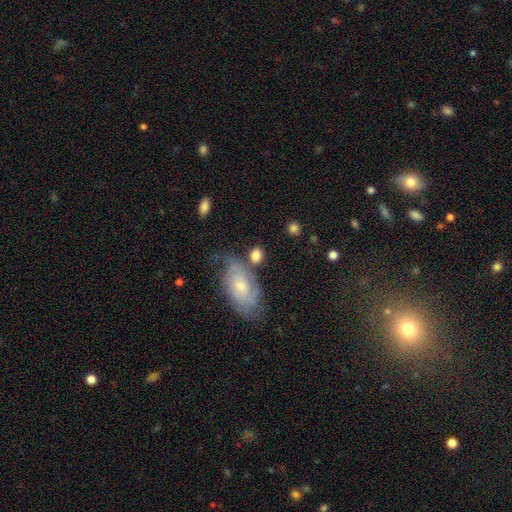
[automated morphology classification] smooth-or-featured: smooth: 74% | featured or disk: 18% | star or artifact: 8%
  how-rounded: round: 50% | in between: 47% | cigar-shaped: 3%
  merging: none: 59% | minor disturbance: 17% | merger: 16% | major disturbance: 8%